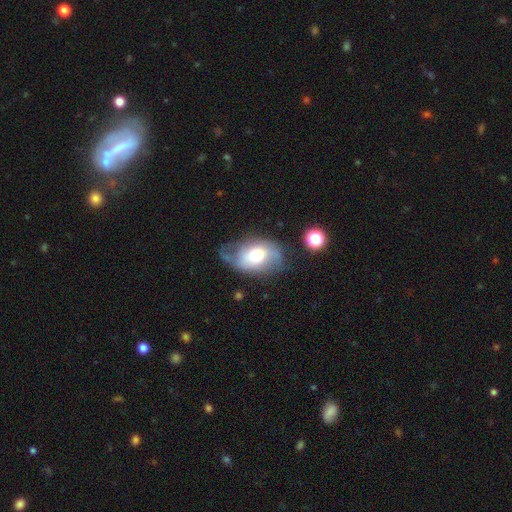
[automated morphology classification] Smooth or featured? featured or disk (53%)
Edge-on disk? no (95%)
Bar? no (68%)
Spiral arms? yes (81%)
Bulge size? large (38%)
Merging? none (44%)